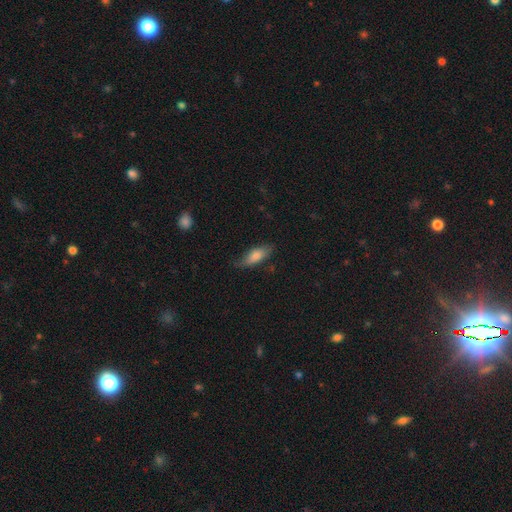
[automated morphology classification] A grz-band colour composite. It shows a smooth galaxy with no disk features (74%) that is in between round and cigar-shaped (69%). Merging: none (66%).